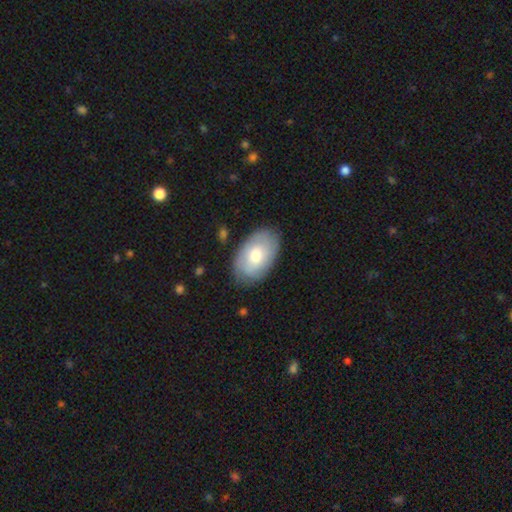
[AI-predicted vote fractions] A smooth galaxy with no disk features (68%) that is in between round and cigar-shaped (92%). Merging: none (82%).